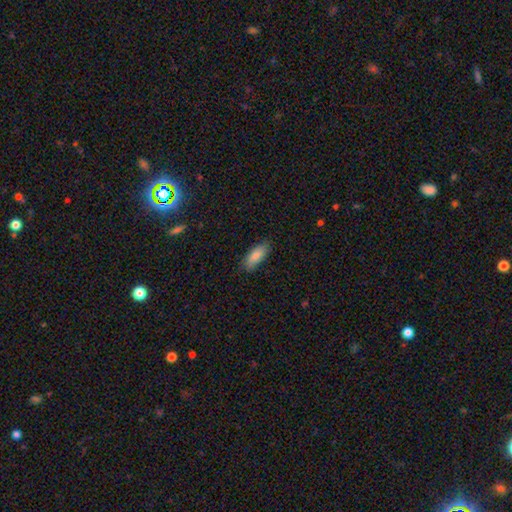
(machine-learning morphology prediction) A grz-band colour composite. It shows a smooth galaxy with no disk features (84%) that is in between round and cigar-shaped (75%). Merging: none (81%).